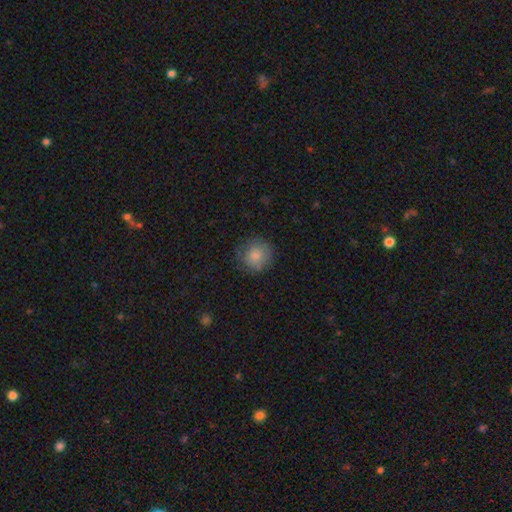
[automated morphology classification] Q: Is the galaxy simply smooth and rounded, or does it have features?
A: smooth — 83%.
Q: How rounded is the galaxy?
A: round — 92%.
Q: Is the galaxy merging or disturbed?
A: none — 79%.